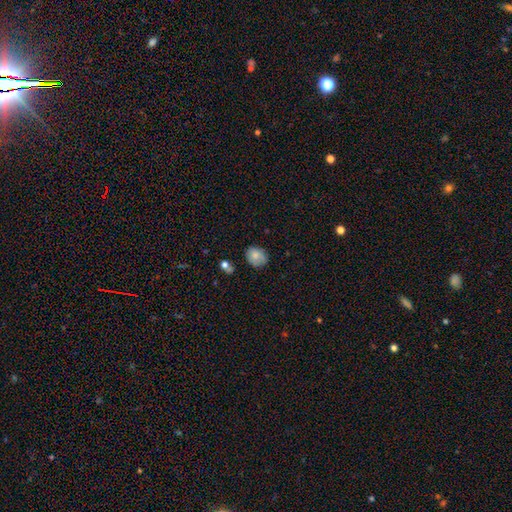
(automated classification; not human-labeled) smooth-or-featured: smooth: 76% | featured or disk: 15% | star or artifact: 9%
  how-rounded: round: 52% | in between: 47% | cigar-shaped: 1%
  merging: none: 68% | minor disturbance: 24% | major disturbance: 5% | merger: 3%